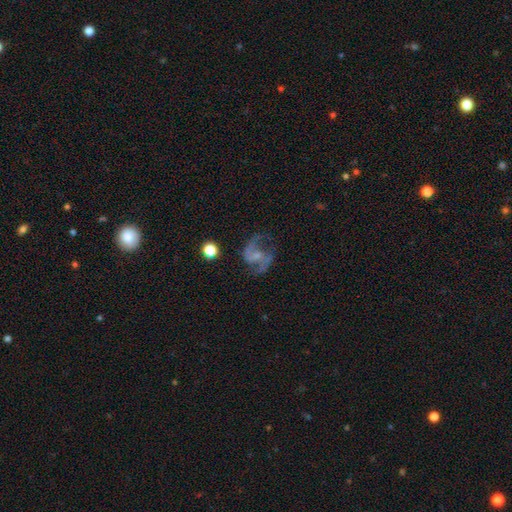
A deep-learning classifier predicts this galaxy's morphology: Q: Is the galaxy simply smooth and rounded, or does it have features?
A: featured or disk — 82%.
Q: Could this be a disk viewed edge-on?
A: no — 98%.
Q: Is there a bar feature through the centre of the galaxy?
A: weak — 45%.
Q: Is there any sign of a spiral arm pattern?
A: yes — 93%.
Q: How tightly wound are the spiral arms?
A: medium — 49%.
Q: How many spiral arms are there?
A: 2 — 89%.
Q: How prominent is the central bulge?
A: small — 46%.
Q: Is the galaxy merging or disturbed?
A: none — 62%.